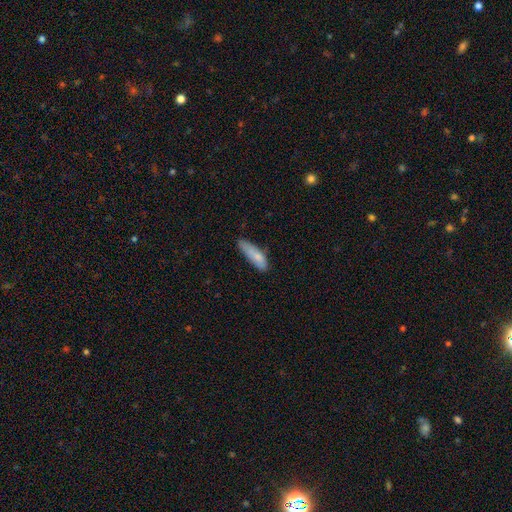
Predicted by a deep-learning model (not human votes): A smooth galaxy with no disk features (79%) that is cigar-shaped (57%).

Vote fractions:
- Smooth or featured? smooth: 79% / featured or disk: 15% / star or artifact: 7%
- How rounded? cigar-shaped: 57% / in between: 41% / round: 2%
- Merging? none: 60% / minor disturbance: 31% / major disturbance: 6% / merger: 2%